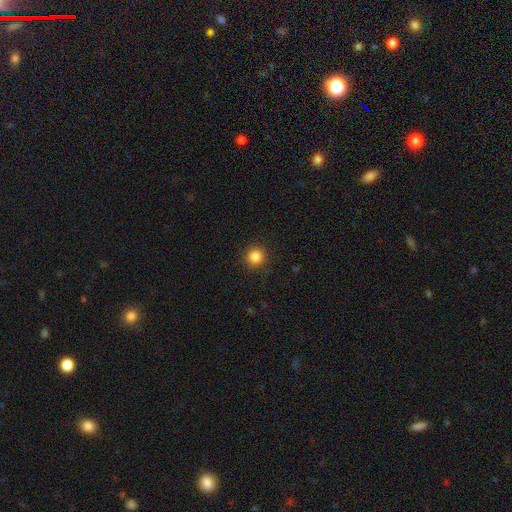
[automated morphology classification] The model was most divided on "smooth or featured": smooth: 85%, star or artifact: 11%, featured or disk: 4%. More confident: how rounded — round (94%); merging — none (91%).